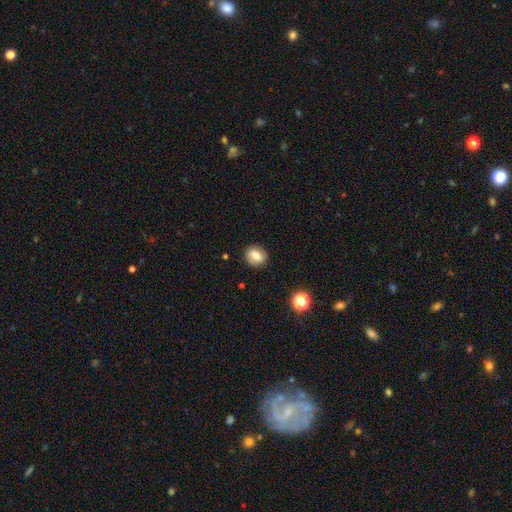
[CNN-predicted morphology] This appears to be a smooth galaxy with no disk features (64%) that is round (63%). Merging: none (85%).